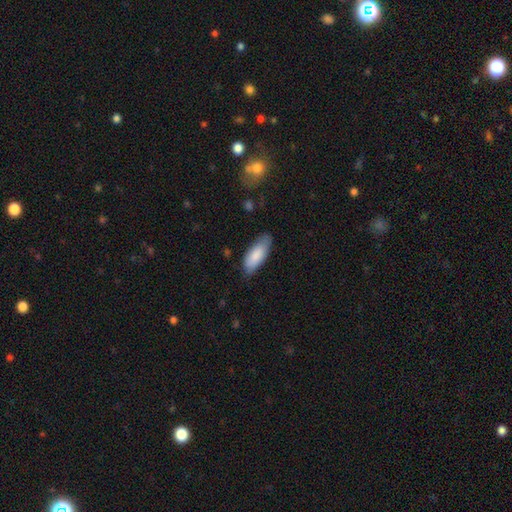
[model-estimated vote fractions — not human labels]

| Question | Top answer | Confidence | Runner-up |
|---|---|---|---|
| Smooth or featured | smooth | 85% | featured or disk (10%) |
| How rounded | in between | 79% | cigar-shaped (20%) |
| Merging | none | 75% | minor disturbance (20%) |